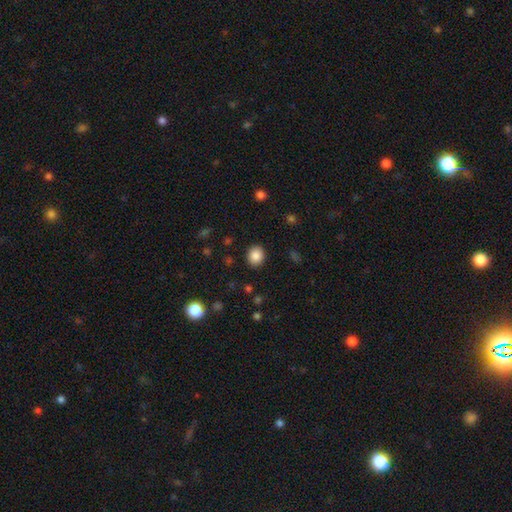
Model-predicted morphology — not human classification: This appears to be a smooth galaxy with no disk features (86%) that is round (68%). Merging: none (90%).